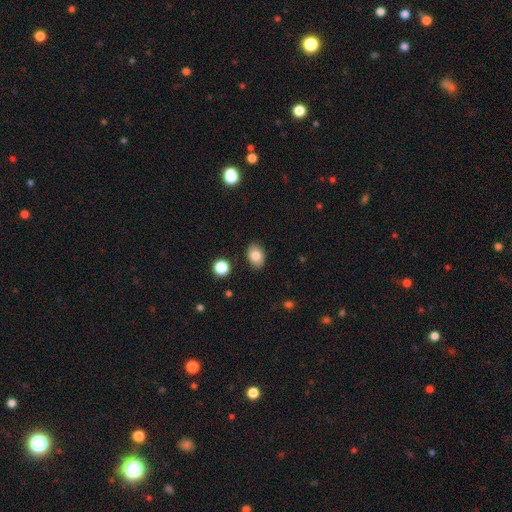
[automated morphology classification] type=smooth (83%); roundness=in between (79%); merging=none (86%).